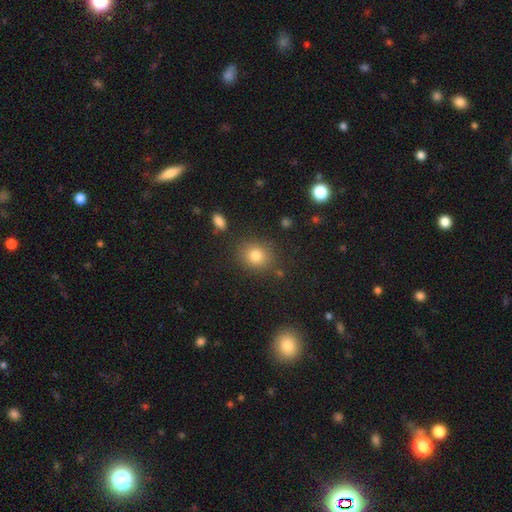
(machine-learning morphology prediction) type=smooth (81%); roundness=round (72%); merging=none (83%).